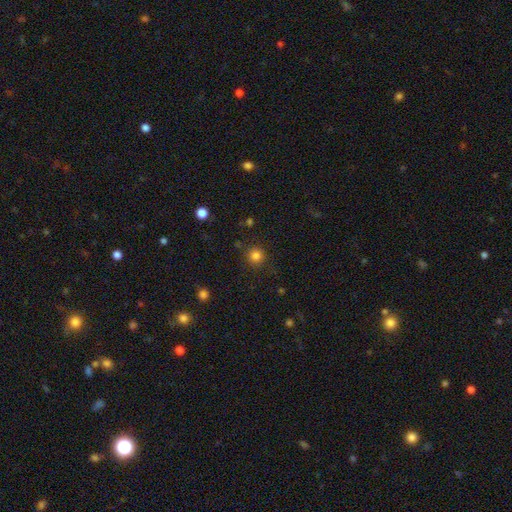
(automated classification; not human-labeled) Morphology: type=smooth (82%); roundness=round (94%); merging=none (88%).